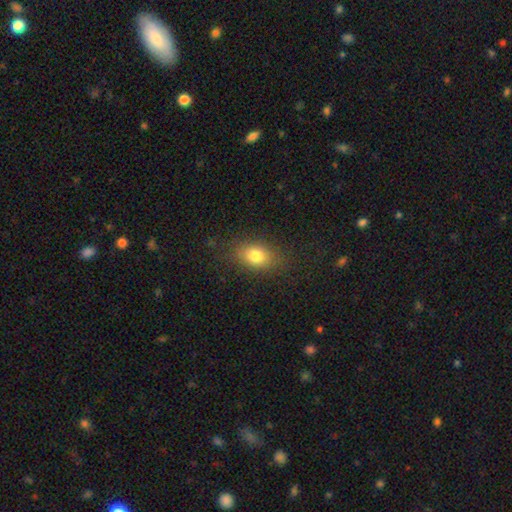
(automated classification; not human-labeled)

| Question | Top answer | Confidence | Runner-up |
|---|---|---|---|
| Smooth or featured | smooth | 80% | star or artifact (11%) |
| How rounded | in between | 74% | round (23%) |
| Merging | none | 82% | minor disturbance (12%) |